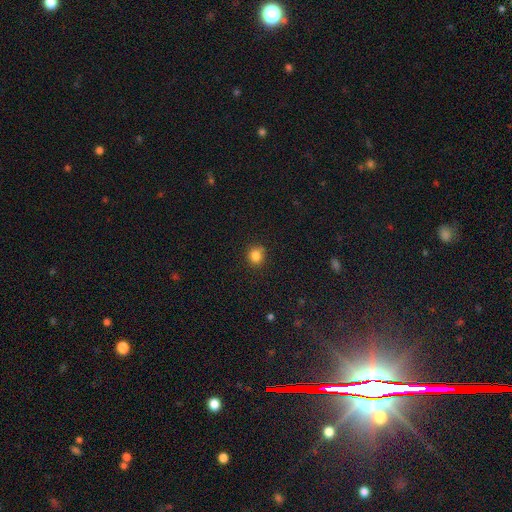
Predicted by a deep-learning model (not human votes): Smooth or featured? smooth (84%)
How rounded? round (80%)
Merging? none (87%)